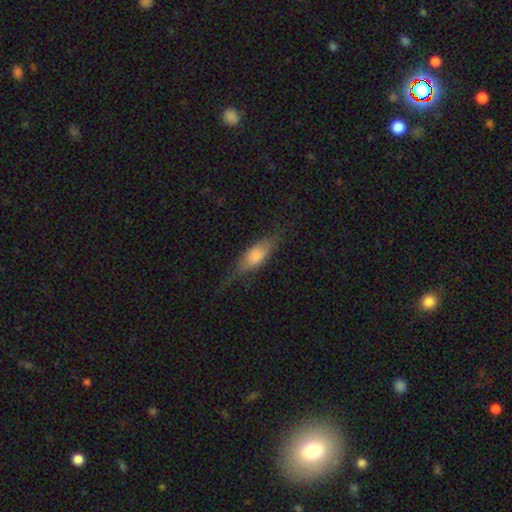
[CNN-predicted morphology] type=smooth (57%); roundness=in between (56%); merging=none (69%).